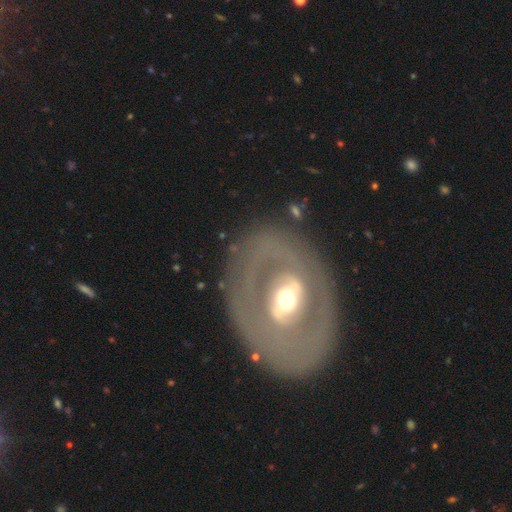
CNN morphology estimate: This is likely a featured or disk galaxy (73%). It is clearly not viewed edge-on (93%). Bar: marginally weak (37%). Spiral arm pattern: likely no (64%). Central bulge: likely moderate (67%). Merging: likely none (78%).